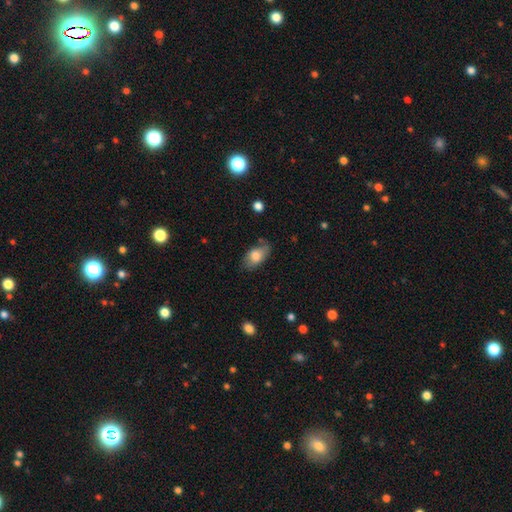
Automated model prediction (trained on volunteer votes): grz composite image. It shows a smooth galaxy with no disk features (76%) that is in between round and cigar-shaped (92%). Merging: none (68%).